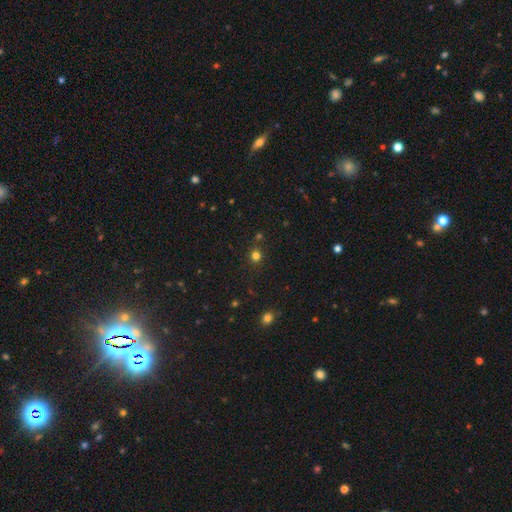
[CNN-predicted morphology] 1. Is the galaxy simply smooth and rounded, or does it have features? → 76% smooth, 19% star or artifact, 5% featured or disk.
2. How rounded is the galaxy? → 85% round, 14% in between, 1% cigar-shaped.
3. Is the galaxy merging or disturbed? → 85% none, 8% minor disturbance, 4% merger, 3% major disturbance.